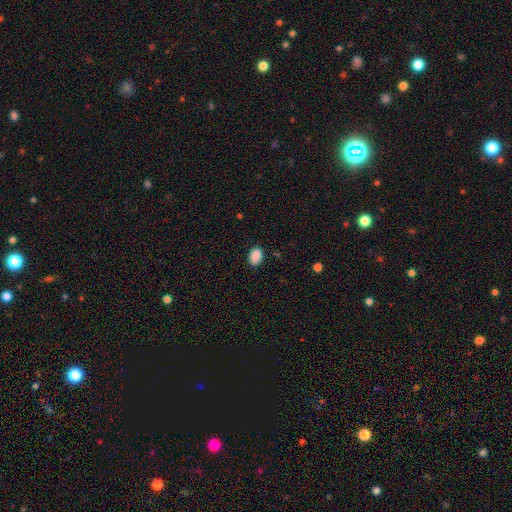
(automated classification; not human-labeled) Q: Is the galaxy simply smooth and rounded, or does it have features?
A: smooth — 89%.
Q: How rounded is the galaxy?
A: in between — 76%.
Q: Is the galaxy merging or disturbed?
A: none — 87%.